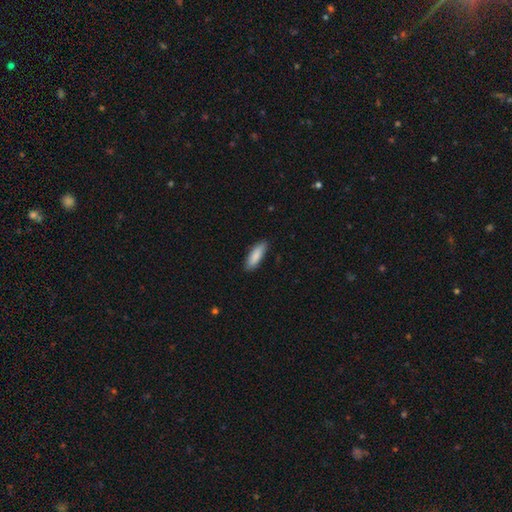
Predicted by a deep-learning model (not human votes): This appears to be a smooth galaxy with no disk features (87%) that is in between round and cigar-shaped (51%). Merging: none (87%).